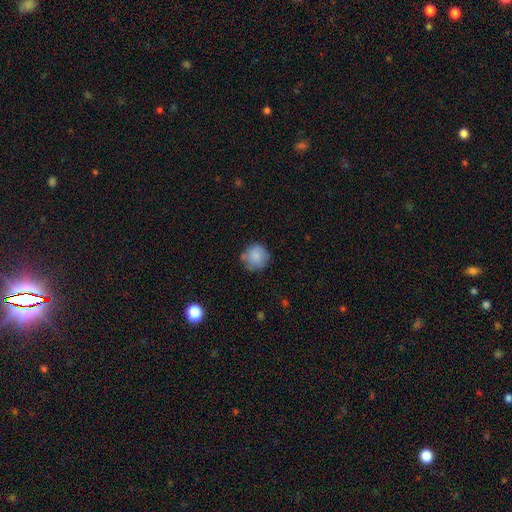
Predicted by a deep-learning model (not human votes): smooth-or-featured: smooth: 83% | featured or disk: 9% | star or artifact: 8%
  how-rounded: round: 91% | in between: 8% | cigar-shaped: 1%
  merging: none: 70% | minor disturbance: 22% | major disturbance: 5% | merger: 3%